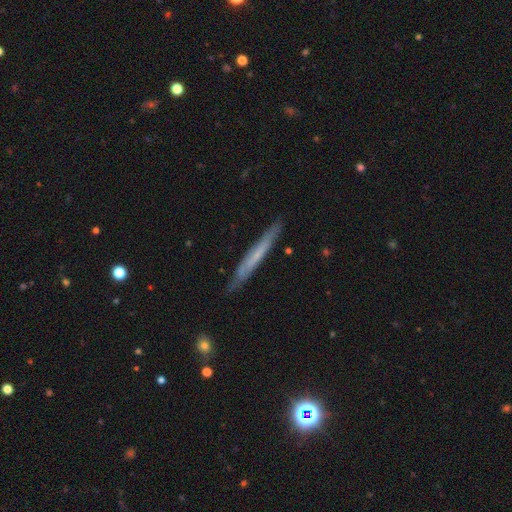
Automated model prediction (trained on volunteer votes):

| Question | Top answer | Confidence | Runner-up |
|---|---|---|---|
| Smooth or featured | featured or disk | 49% | smooth (45%) |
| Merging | none | 85% | minor disturbance (12%) |